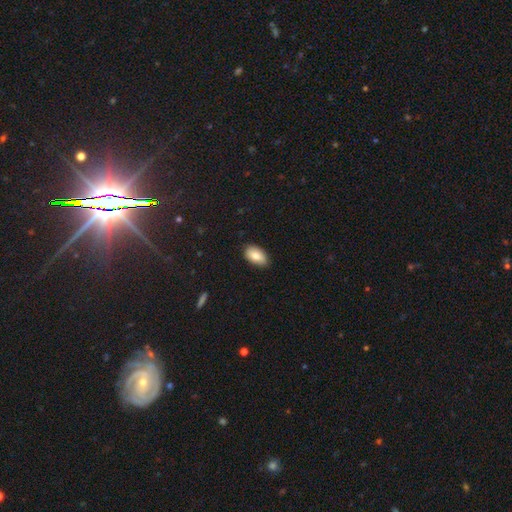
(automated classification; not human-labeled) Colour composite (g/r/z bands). It shows a smooth galaxy with no disk features (83%) that is in between round and cigar-shaped (94%). Merging: none (84%).